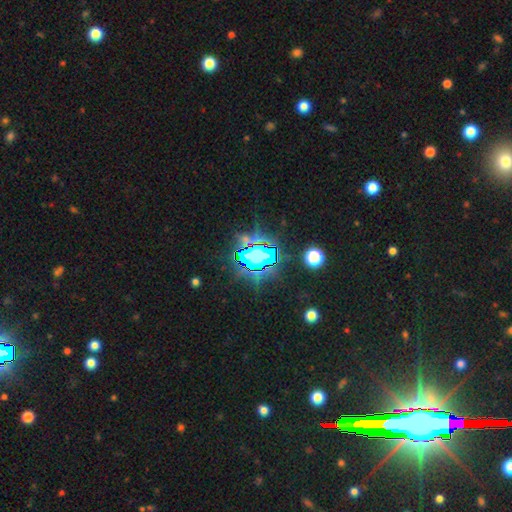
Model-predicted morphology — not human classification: type=star or artifact (80%).